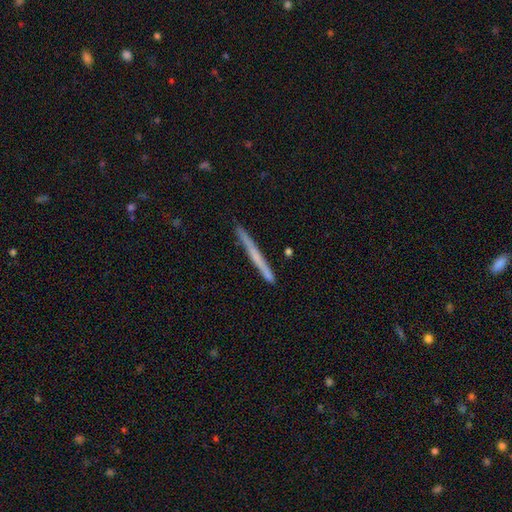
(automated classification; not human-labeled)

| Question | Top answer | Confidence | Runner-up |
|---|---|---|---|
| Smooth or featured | smooth | 49% | featured or disk (45%) |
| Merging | none | 88% | minor disturbance (9%) |